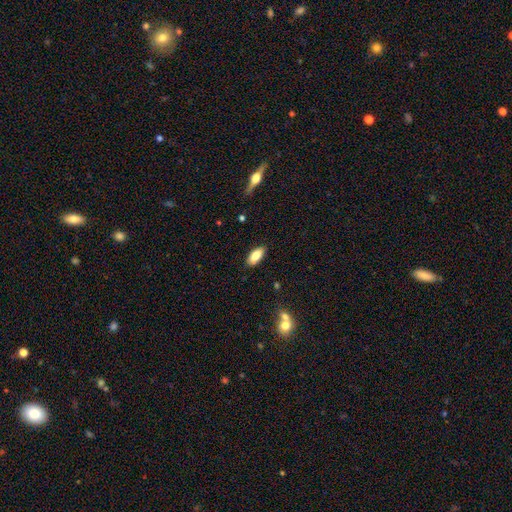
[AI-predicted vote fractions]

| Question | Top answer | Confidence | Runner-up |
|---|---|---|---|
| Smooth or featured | smooth | 84% | featured or disk (9%) |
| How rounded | in between | 89% | cigar-shaped (9%) |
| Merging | none | 87% | minor disturbance (10%) |